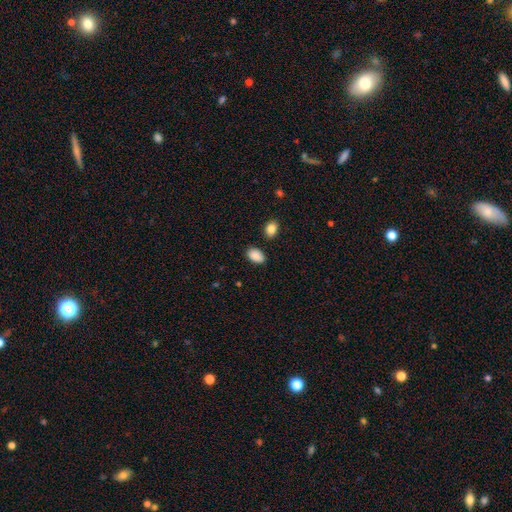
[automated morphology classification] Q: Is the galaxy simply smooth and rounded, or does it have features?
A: smooth — 89%.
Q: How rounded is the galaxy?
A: in between — 87%.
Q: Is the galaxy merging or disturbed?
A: none — 83%.